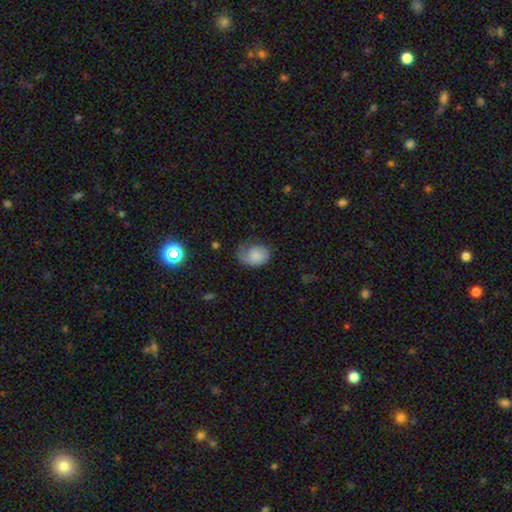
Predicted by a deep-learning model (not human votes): This appears to be a smooth galaxy with no disk features (68%) that is in between round and cigar-shaped (61%). Merging: none (42%).